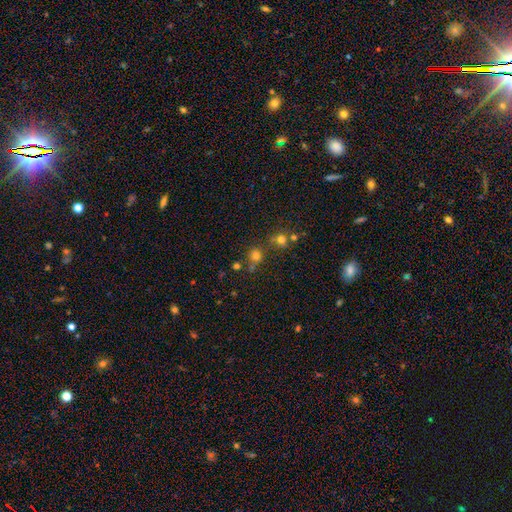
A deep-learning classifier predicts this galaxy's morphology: Smooth or featured: smooth — 70% (star or artifact — 22%)
How rounded: round — 88% (in between — 11%)
Merging: none — 65% (merger — 21%)